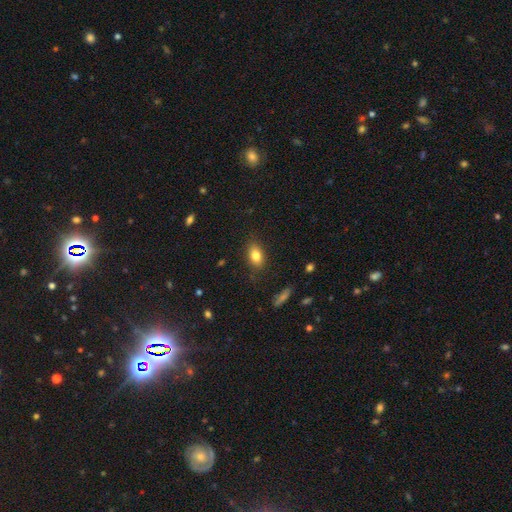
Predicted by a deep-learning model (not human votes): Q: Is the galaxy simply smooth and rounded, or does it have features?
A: smooth — 81%.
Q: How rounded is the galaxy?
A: in between — 84%.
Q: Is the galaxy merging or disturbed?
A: none — 83%.